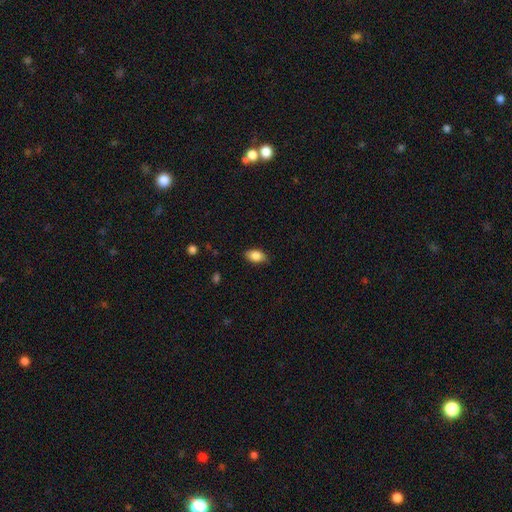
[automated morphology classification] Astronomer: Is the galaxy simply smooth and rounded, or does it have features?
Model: smooth — 84%.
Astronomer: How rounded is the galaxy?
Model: in between — 89%.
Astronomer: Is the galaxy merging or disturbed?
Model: none — 80%.